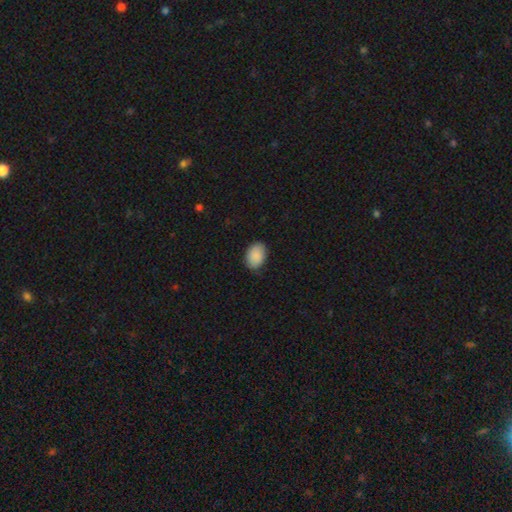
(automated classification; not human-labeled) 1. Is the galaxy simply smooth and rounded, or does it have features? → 89% smooth, 7% star or artifact, 4% featured or disk.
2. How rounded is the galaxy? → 83% in between, 16% round, 1% cigar-shaped.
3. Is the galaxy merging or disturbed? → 83% none, 13% minor disturbance, 2% major disturbance, 1% merger.